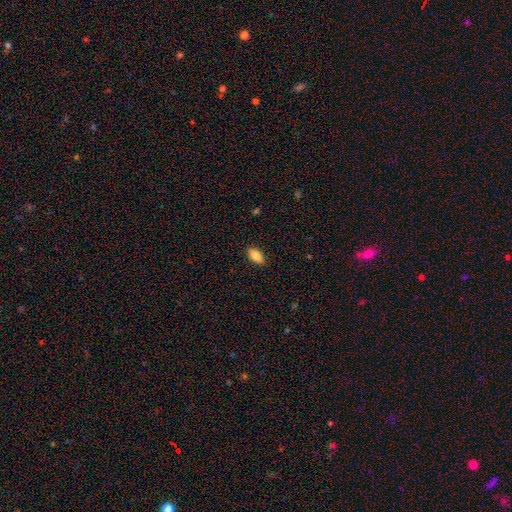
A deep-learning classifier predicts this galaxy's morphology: This is clearly a smooth galaxy (84%). How rounded: clearly in between (85%). Merging: clearly none (88%).